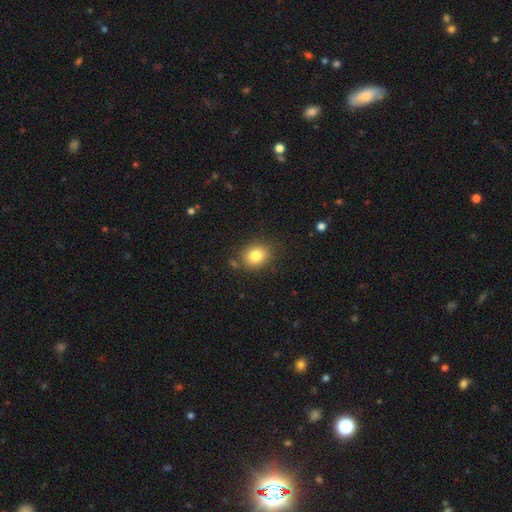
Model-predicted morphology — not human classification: Overall: smooth (82%). How rounded: round (60%; in between 39%). Merging: none (83%).